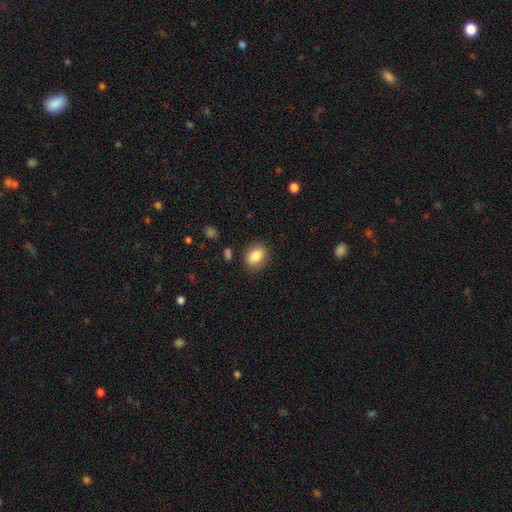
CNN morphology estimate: smooth_or_featured: smooth (p=0.84) [alt: star or artifact p=0.08]
how_rounded: in between (p=0.63) [alt: round p=0.35]
merging: none (p=0.84) [alt: minor disturbance p=0.11]